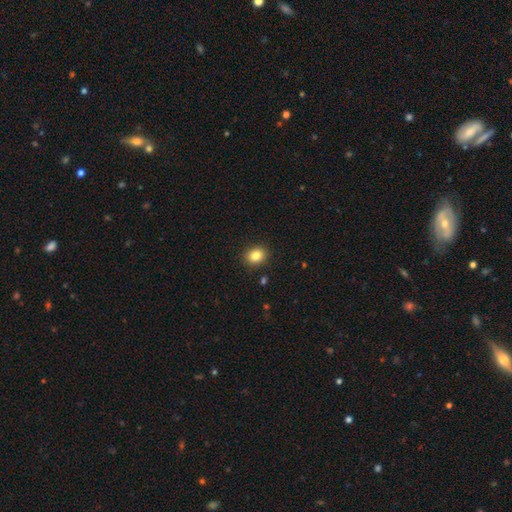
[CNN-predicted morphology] This is clearly a smooth galaxy (84%). How rounded: possibly round (59%). Merging: clearly none (89%).